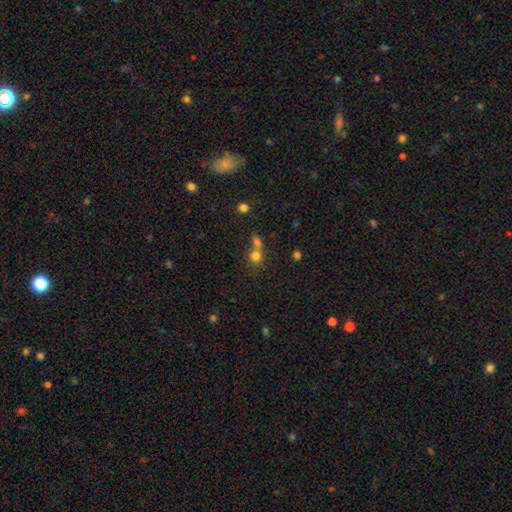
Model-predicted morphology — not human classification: smooth_or_featured: smooth (p=0.77) [alt: star or artifact p=0.13]
how_rounded: round (p=0.80) [alt: in between p=0.19]
merging: merger (p=0.53) [alt: none p=0.35]